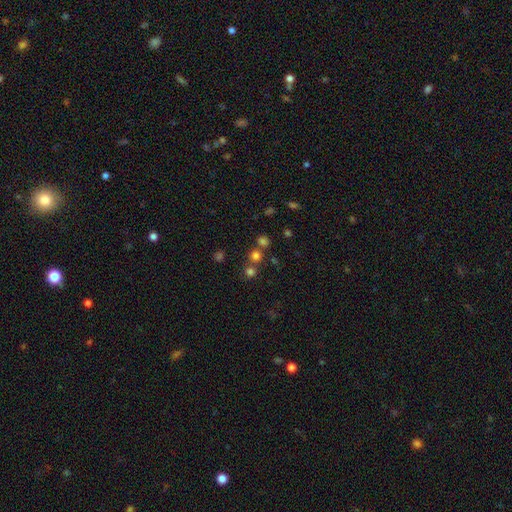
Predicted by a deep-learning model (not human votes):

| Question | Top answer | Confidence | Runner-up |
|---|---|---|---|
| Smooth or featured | smooth | 70% | star or artifact (23%) |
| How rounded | round | 90% | in between (9%) |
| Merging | none | 69% | merger (21%) |